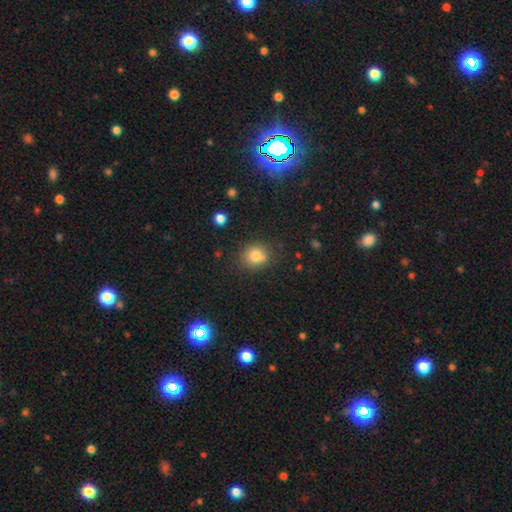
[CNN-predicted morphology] This is likely a smooth galaxy (80%). How rounded: likely round (76%). Merging: likely none (71%).